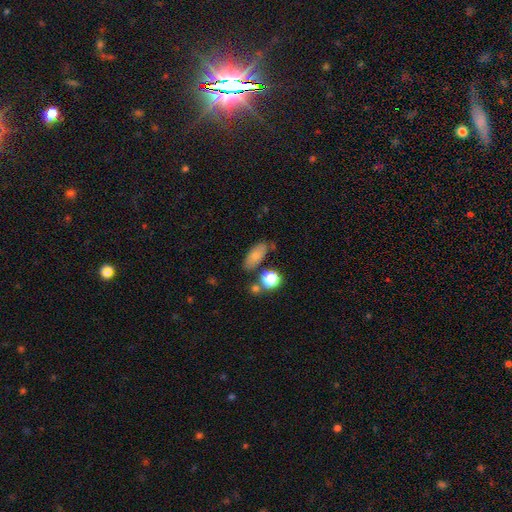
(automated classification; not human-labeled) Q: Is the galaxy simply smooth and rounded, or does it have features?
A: smooth — 74%.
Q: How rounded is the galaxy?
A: in between — 82%.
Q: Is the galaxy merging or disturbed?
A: none — 68%.